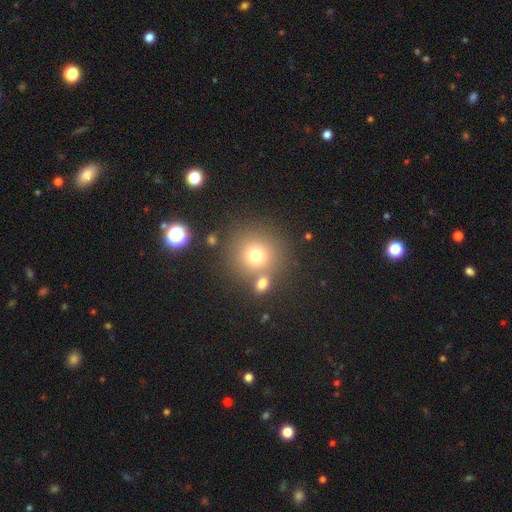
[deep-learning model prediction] This appears to be a smooth galaxy with no disk features (73%) that is round (90%). Merging: none (68%).